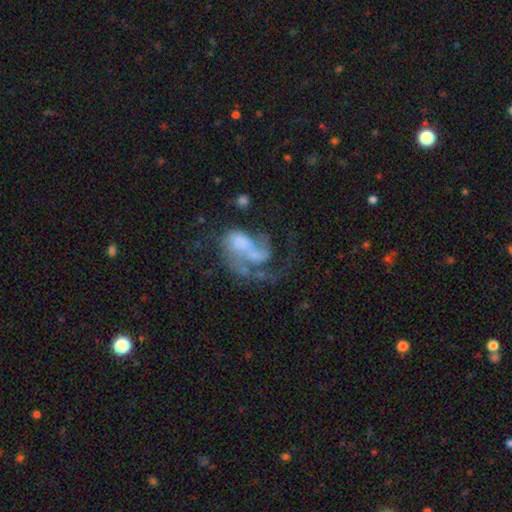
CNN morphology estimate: Smooth or featured?
  - featured or disk: 69% *
  - smooth: 21%
  - star or artifact: 10%
Edge-on disk?
  - no: 98% *
  - yes: 2%
Bar?
  - no: 70% *
  - weak: 22%
  - strong: 8%
Spiral arms?
  - yes: 68% *
  - no: 32%
Bulge size?
  - none: 43% *
  - moderate: 22%
  - small: 19%
  - large: 13%
  - dominant: 4%
Merging?
  - major disturbance: 48% *
  - none: 23%
  - merger: 16%
  - minor disturbance: 13%